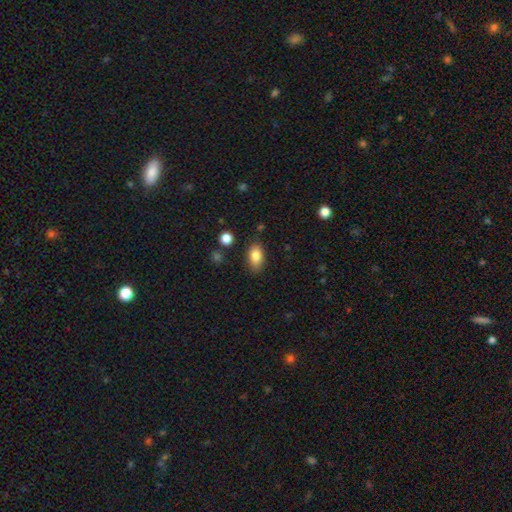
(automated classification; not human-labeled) A smooth galaxy with no disk features (84%) that is in between round and cigar-shaped (89%). Merging: none (82%).